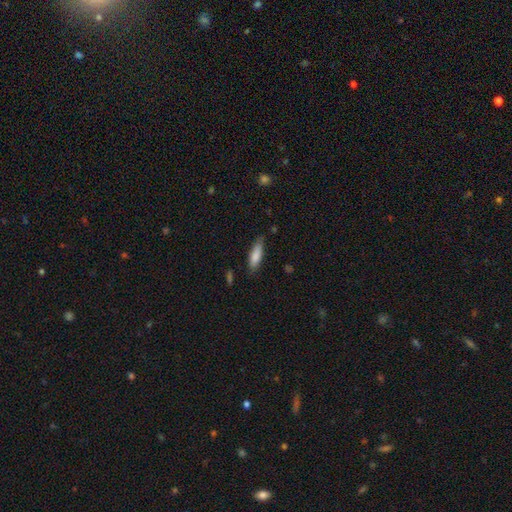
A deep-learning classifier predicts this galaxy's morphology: A smooth galaxy with no disk features (82%) that is cigar-shaped (56%).

Vote fractions:
- Smooth or featured? smooth: 82% / featured or disk: 11% / star or artifact: 6%
- How rounded? cigar-shaped: 56% / in between: 42% / round: 2%
- Merging? none: 74% / minor disturbance: 20% / major disturbance: 3% / merger: 2%